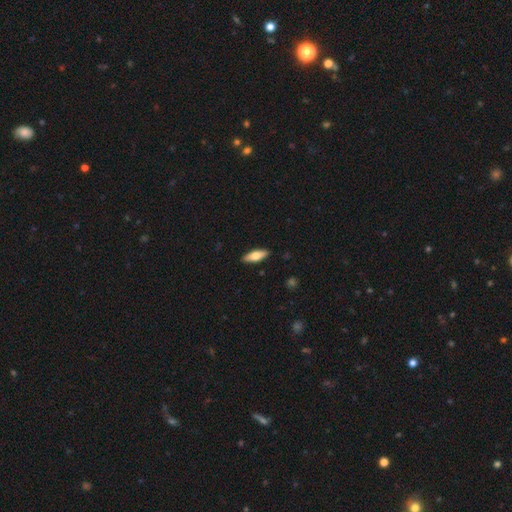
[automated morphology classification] smooth-or-featured: smooth: 63% | featured or disk: 32% | star or artifact: 6%
  how-rounded: in between: 59% | cigar-shaped: 38% | round: 2%
  merging: none: 90% | minor disturbance: 8% | major disturbance: 2% | merger: 1%